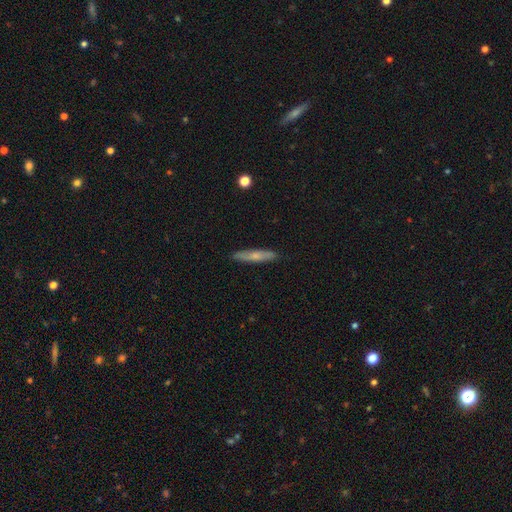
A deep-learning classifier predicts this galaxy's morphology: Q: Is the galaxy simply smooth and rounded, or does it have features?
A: smooth — 57%.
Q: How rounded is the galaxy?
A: cigar-shaped — 90%.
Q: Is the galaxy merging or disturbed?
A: none — 89%.